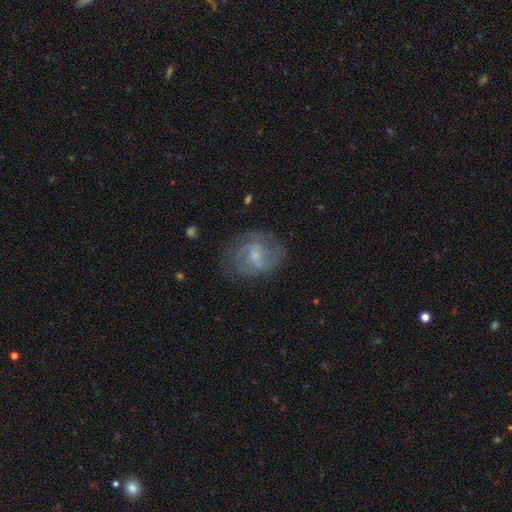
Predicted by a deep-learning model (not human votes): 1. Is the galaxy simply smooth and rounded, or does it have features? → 66% featured or disk, 26% smooth, 8% star or artifact.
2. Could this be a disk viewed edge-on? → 97% no, 3% yes.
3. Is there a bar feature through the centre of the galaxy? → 46% no, 45% weak, 9% strong.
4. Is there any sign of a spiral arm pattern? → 81% yes, 19% no.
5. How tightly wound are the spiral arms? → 45% medium, 36% tight, 19% loose.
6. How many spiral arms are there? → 46% 2, 32% can't tell, 11% 3, 5% 1, 3% 4, 3% more than 4.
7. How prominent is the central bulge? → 62% small, 27% moderate, 8% none, 2% large, 1% dominant.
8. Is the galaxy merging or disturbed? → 66% none, 20% minor disturbance, 12% major disturbance, 1% merger.